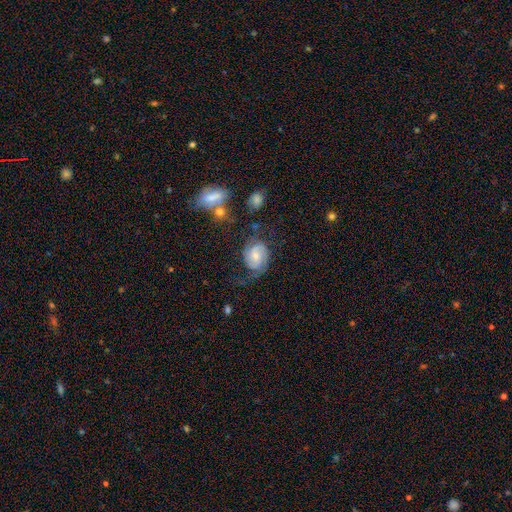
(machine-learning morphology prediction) Q: Smooth or featured?
A: featured or disk (67%); runner-up: smooth (25%)
Q: Edge-on disk?
A: no (98%); runner-up: yes (2%)
Q: Bar?
A: no (55%); runner-up: weak (38%)
Q: Spiral arms?
A: yes (92%); runner-up: no (8%)
Q: Spiral winding?
A: medium (43%); runner-up: tight (36%)
Q: Spiral arm count?
A: 2 (74%); runner-up: can't tell (13%)
Q: Bulge size?
A: small (49%); runner-up: moderate (42%)
Q: Merging?
A: none (54%); runner-up: minor disturbance (24%)